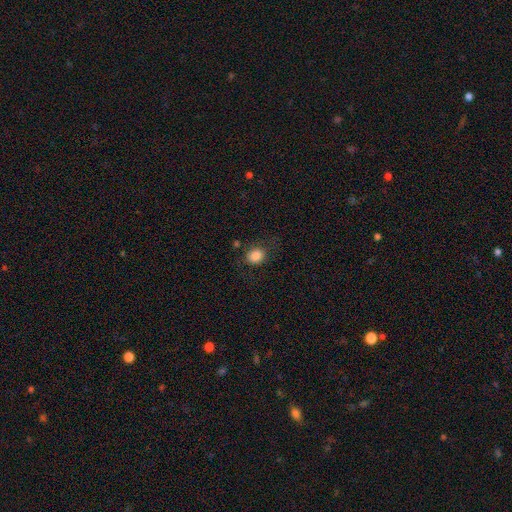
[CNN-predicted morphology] Smooth or featured? smooth (84%)
How rounded? round (57%)
Merging? none (76%)